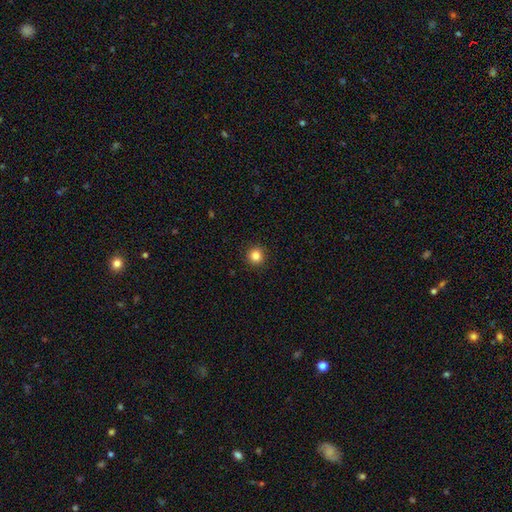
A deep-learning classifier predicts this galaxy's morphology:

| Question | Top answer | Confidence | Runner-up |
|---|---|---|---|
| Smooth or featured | smooth | 84% | star or artifact (12%) |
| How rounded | round | 95% | in between (4%) |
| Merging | none | 93% | minor disturbance (4%) |